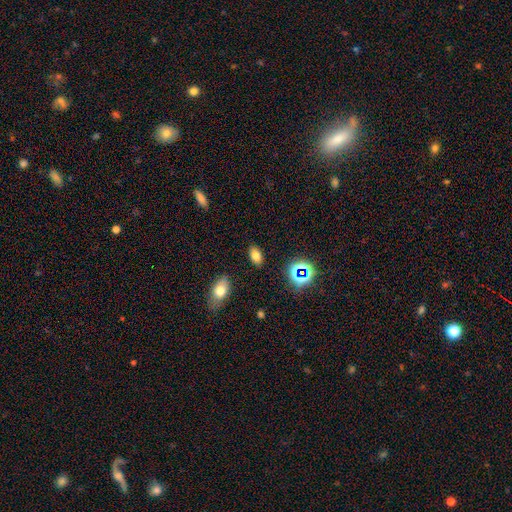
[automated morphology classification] Q: Smooth or featured?
A: smooth (74%); runner-up: star or artifact (16%)
Q: How rounded?
A: in between (89%); runner-up: round (9%)
Q: Merging?
A: none (86%); runner-up: minor disturbance (9%)